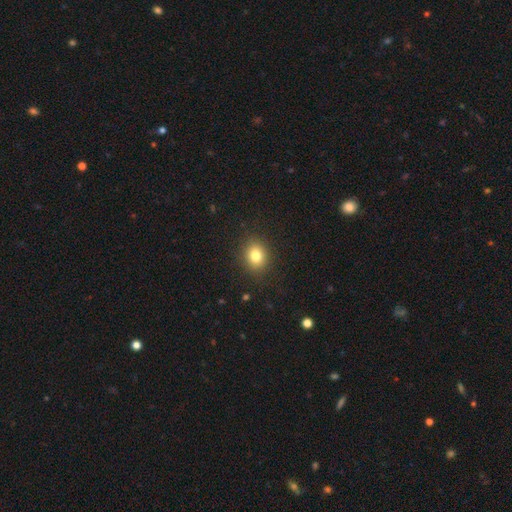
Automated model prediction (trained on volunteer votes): Smooth or featured?
  - smooth: 81% *
  - star or artifact: 12%
  - featured or disk: 8%
How rounded?
  - round: 58% *
  - in between: 41%
  - cigar-shaped: 1%
Merging?
  - none: 89% *
  - minor disturbance: 8%
  - major disturbance: 3%
  - merger: 1%